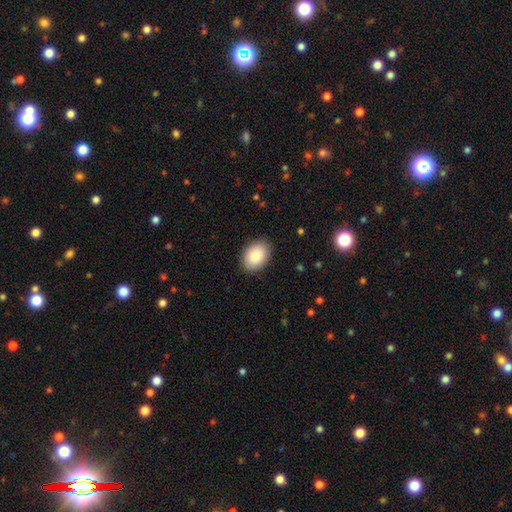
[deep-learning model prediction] Q: Smooth or featured?
A: smooth (87%); runner-up: featured or disk (7%)
Q: How rounded?
A: in between (82%); runner-up: round (17%)
Q: Merging?
A: none (87%); runner-up: minor disturbance (10%)